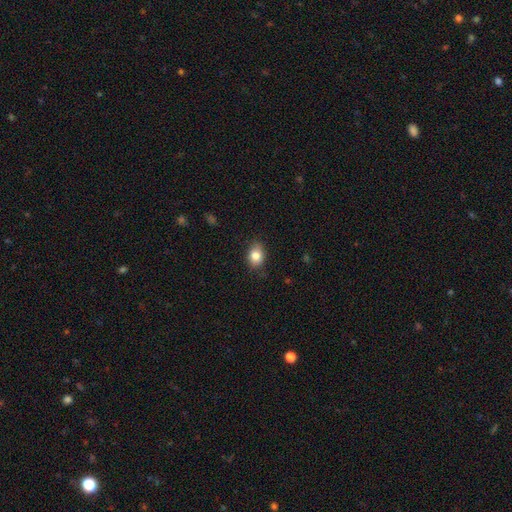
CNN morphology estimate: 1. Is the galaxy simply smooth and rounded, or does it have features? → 83% smooth, 9% star or artifact, 8% featured or disk.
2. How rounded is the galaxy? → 60% in between, 39% round, 1% cigar-shaped.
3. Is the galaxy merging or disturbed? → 78% none, 18% minor disturbance, 3% major disturbance, 1% merger.